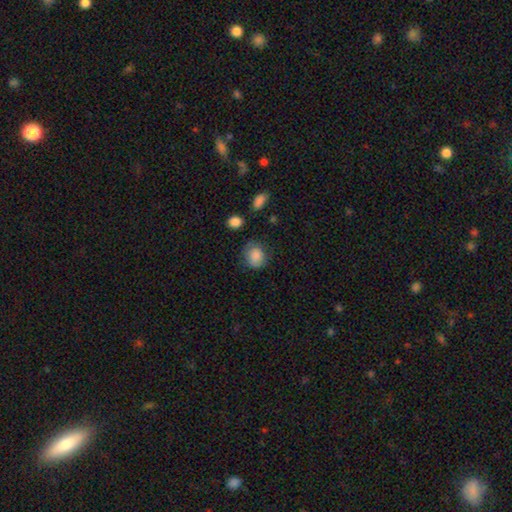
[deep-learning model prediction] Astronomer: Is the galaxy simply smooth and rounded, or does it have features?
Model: smooth — 86%.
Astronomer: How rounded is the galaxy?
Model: round — 64%.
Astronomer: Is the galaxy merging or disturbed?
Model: none — 70%.